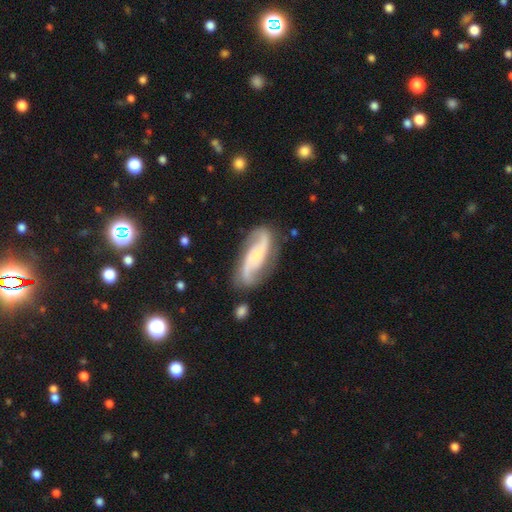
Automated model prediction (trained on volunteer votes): featured or disk 84%, smooth 11%, star or artifact 5%. Down the decision tree: edge-on disk — no (94%); bar — no (48%); spiral arms — yes (97%); spiral arm count — 2 (91%); spiral winding — loose (44%); bulge size — small (60%); merging — none (77%).